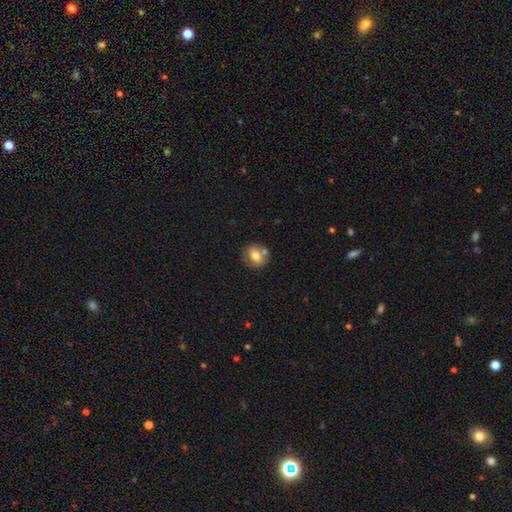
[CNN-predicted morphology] Overall: smooth (71%). How rounded: round (65%; in between 34%). Merging: none (66%).